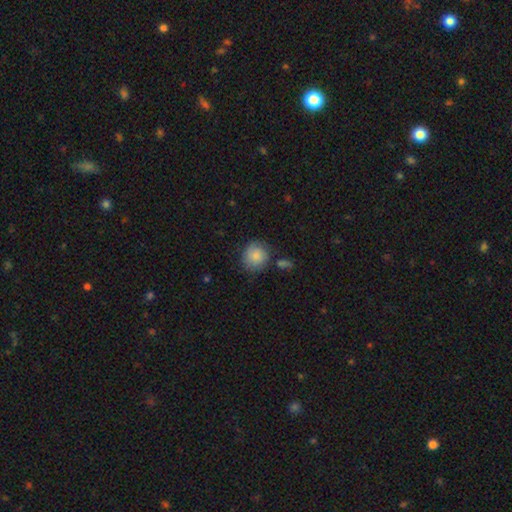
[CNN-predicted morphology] Smooth or featured? smooth (83%)
How rounded? round (87%)
Merging? none (73%)